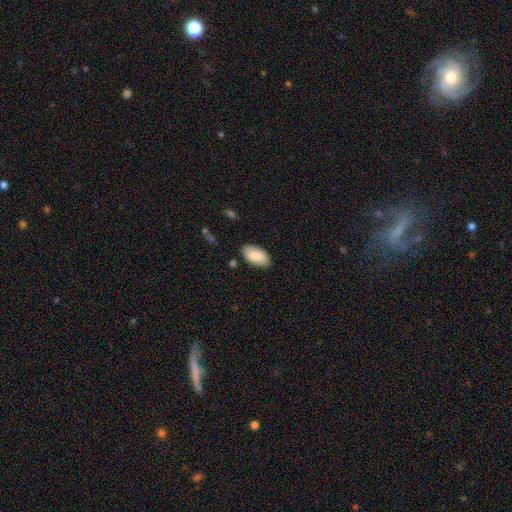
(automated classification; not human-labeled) The model was most divided on "smooth or featured": smooth: 84%, featured or disk: 10%, star or artifact: 6%. More confident: how rounded — in between (95%); merging — none (86%).